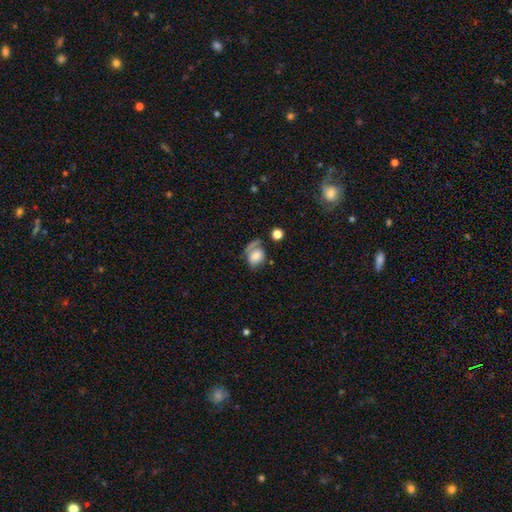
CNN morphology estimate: Smooth or featured? Predicted: smooth (p=0.66). How rounded? Predicted: in between (p=0.65). Merging? Predicted: none (p=0.42).